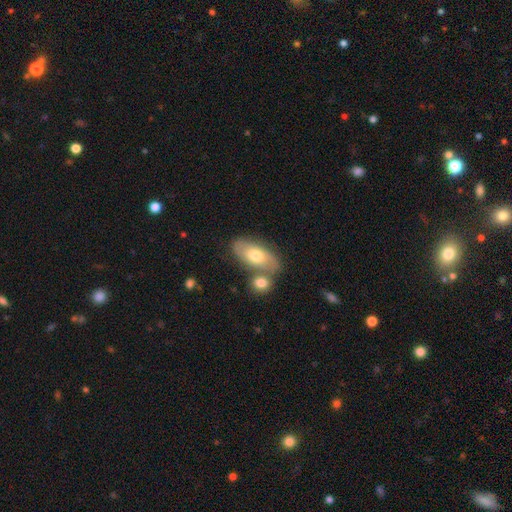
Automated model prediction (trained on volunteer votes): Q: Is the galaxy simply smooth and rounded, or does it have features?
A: smooth — 61%.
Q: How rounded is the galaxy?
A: in between — 89%.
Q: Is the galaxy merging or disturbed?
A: none — 52%.